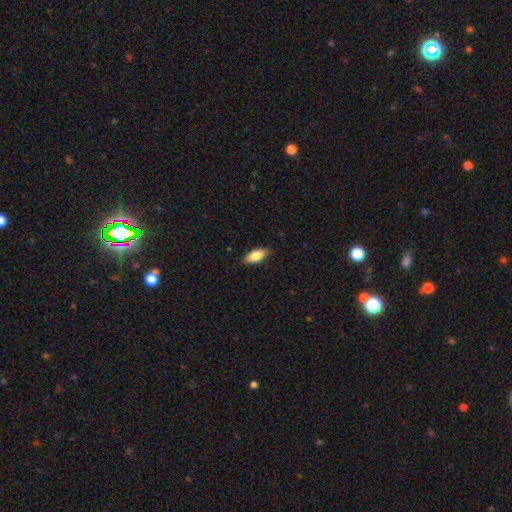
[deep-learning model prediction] Smooth or featured? smooth (81%)
How rounded? in between (84%)
Merging? none (86%)